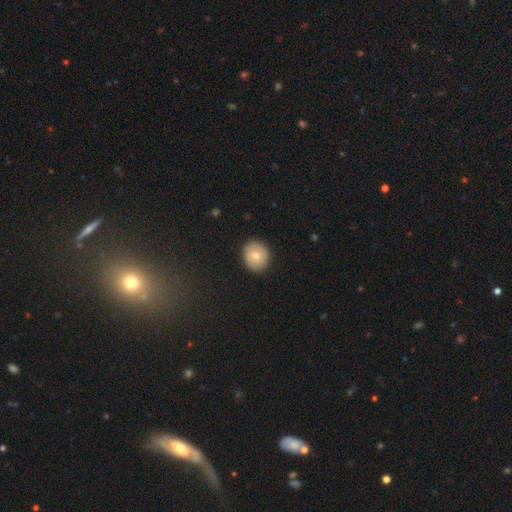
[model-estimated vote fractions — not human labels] This appears to be a smooth galaxy with no disk features (71%) that is round (79%). Merging: none (90%).